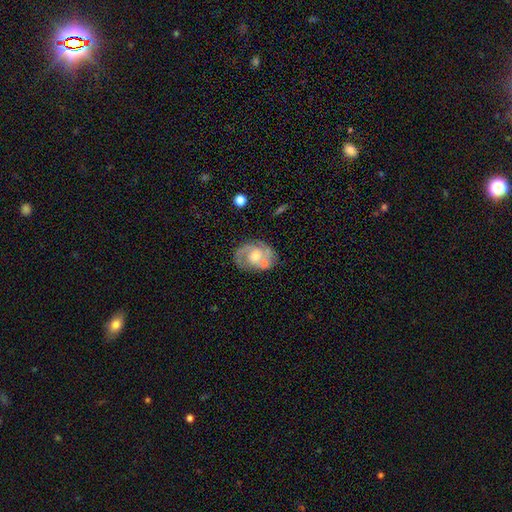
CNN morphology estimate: Smooth or featured?
  - featured or disk: 76% *
  - smooth: 17%
  - star or artifact: 7%
Edge-on disk?
  - no: 97% *
  - yes: 3%
Bar?
  - no: 61% *
  - weak: 34%
  - strong: 6%
Spiral arms?
  - yes: 89% *
  - no: 11%
Spiral winding?
  - medium: 48% *
  - tight: 35%
  - loose: 16%
Spiral arm count?
  - 2: 68% *
  - can't tell: 13%
  - 1: 8%
  - 3: 8%
  - 4: 2%
  - more than 4: 2%
Bulge size?
  - moderate: 59% *
  - small: 34%
  - large: 4%
  - none: 2%
  - dominant: 1%
Merging?
  - none: 57% *
  - merger: 18%
  - minor disturbance: 18%
  - major disturbance: 7%